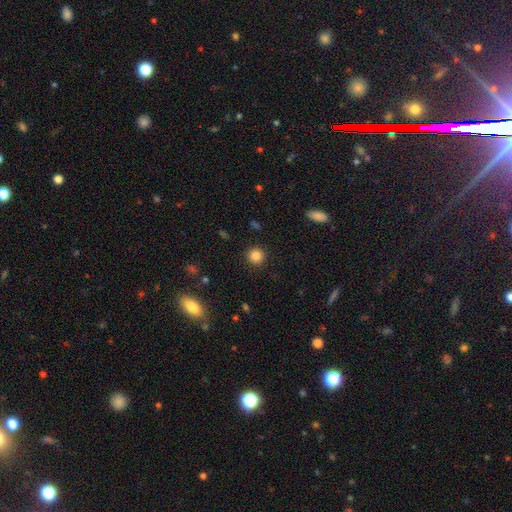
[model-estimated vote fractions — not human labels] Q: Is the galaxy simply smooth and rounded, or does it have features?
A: smooth — 85%.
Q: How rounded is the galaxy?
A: round — 93%.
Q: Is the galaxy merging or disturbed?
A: none — 91%.